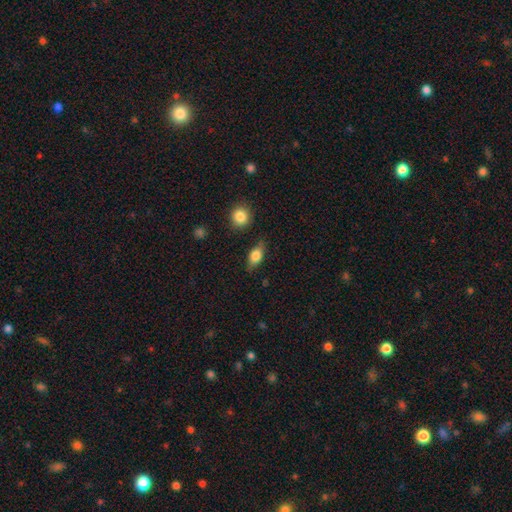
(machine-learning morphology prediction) This appears to be a smooth galaxy with no disk features (76%) that is in between round and cigar-shaped (80%). Merging: none (78%).